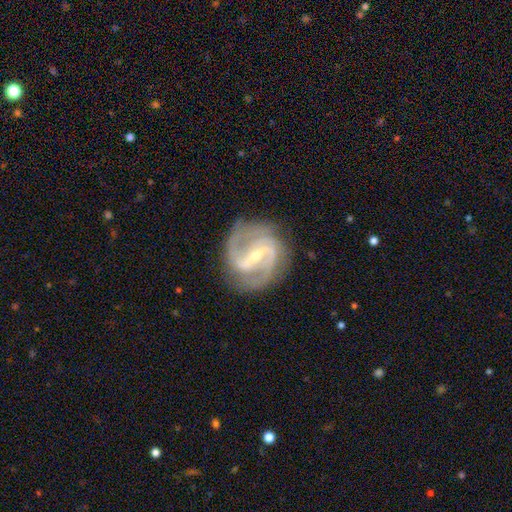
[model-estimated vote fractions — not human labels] Overall: featured or disk (91%). Edge-on disk: no (97%). Bar: strong (56%; weak 35%). Spiral arms: yes (97%). Spiral arm count: 2 (76%). Spiral winding: medium (55%; tight 29%). Bulge size: small (59%; moderate 37%). Merging: none (78%).